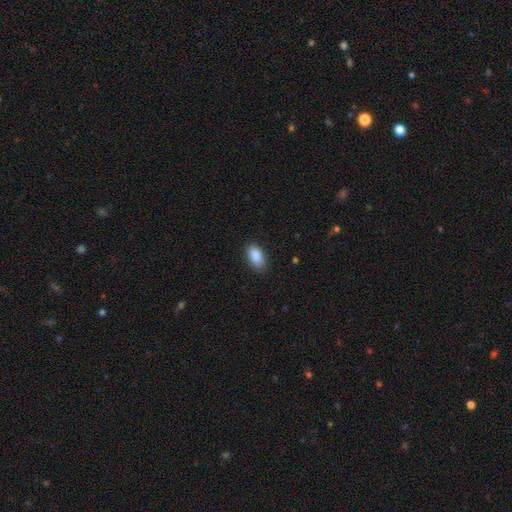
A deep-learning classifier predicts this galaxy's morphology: Smooth or featured? smooth (89%)
How rounded? in between (92%)
Merging? none (85%)